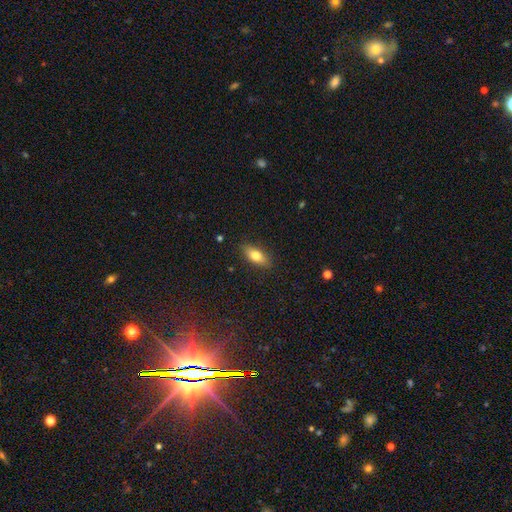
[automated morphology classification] Smooth or featured? Predicted: smooth (p=0.73). How rounded? Predicted: in between (p=0.77). Merging? Predicted: none (p=0.87).